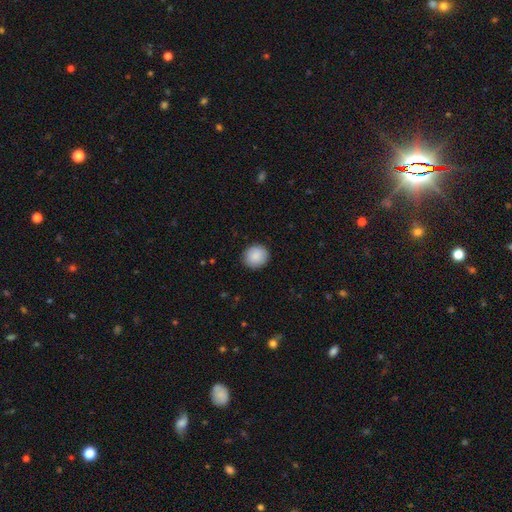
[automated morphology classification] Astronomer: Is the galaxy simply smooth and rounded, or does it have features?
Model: smooth — 90%.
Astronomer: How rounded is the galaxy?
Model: round — 86%.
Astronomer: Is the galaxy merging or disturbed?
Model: none — 90%.